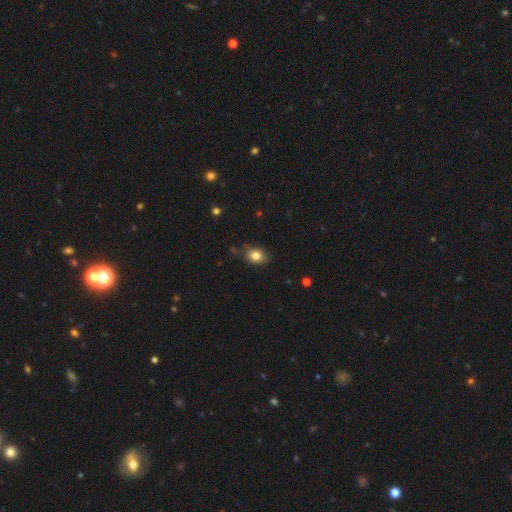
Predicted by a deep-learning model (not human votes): This appears to be a smooth galaxy with no disk features (81%) that is in between round and cigar-shaped (64%). Merging: none (73%).